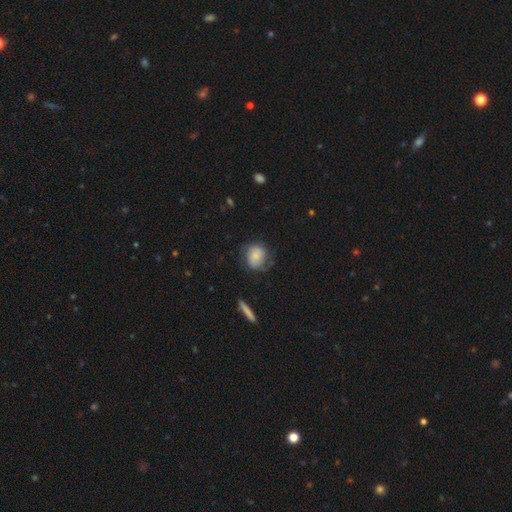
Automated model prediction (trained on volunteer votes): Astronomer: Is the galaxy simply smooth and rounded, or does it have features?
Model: smooth — 59%.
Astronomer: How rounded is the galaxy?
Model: round — 66%.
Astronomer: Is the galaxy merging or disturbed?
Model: none — 57%.